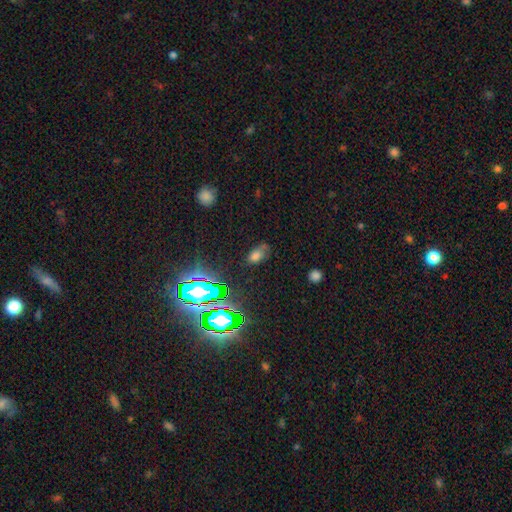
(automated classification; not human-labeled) Smooth or featured: smooth — 63% (star or artifact — 25%)
How rounded: in between — 86% (round — 10%)
Merging: none — 57% (minor disturbance — 28%)